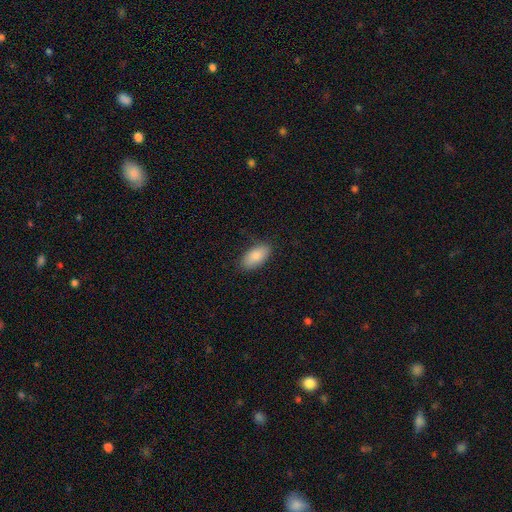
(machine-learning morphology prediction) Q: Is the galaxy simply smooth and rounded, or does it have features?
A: smooth — 88%.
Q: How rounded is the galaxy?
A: in between — 93%.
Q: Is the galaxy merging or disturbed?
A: none — 84%.